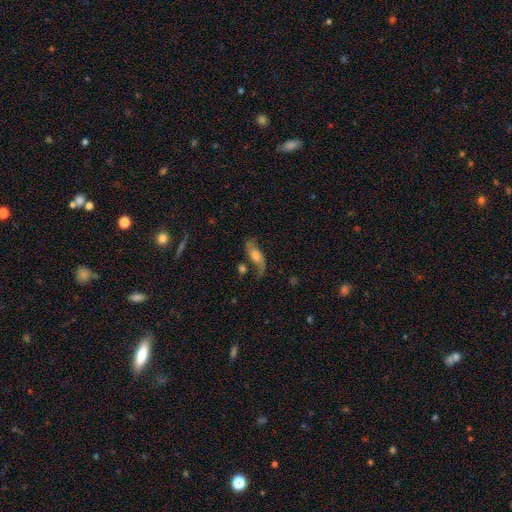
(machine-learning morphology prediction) Smooth or featured: featured or disk — 72% (smooth — 20%)
Edge-on disk: no — 85% (yes — 15%)
Bar: no — 58% (weak — 32%)
Spiral arms: yes — 91% (no — 9%)
Spiral winding: loose — 74% (medium — 20%)
Spiral arm count: 2 — 88% (1 — 6%)
Bulge size: moderate — 45% (large — 27%)
Merging: none — 59% (minor disturbance — 19%)